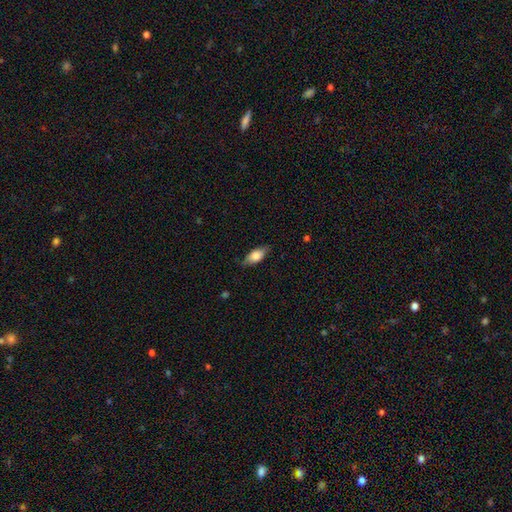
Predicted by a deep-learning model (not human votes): Morphology: type=smooth (73%); roundness=in between (83%); merging=none (79%).